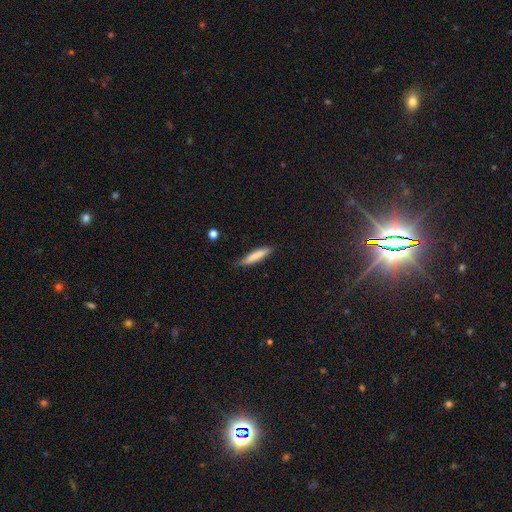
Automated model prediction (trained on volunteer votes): Overall: smooth (81%). How rounded: cigar-shaped (86%). Merging: none (82%).